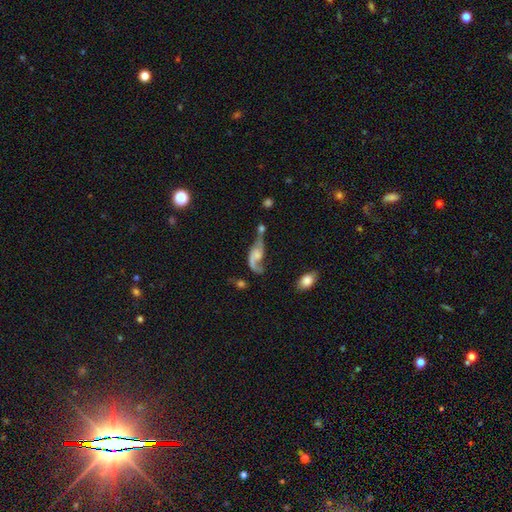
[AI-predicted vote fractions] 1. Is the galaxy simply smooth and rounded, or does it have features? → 75% featured or disk, 17% smooth, 8% star or artifact.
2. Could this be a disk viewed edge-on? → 94% no, 6% yes.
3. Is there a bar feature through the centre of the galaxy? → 63% no, 30% weak, 6% strong.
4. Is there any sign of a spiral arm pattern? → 88% yes, 12% no.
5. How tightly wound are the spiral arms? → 73% loose, 21% medium, 6% tight.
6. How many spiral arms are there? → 75% 2, 19% 1, 4% can't tell, 1% 3, 1% 4, 1% more than 4.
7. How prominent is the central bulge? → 37% small, 28% none, 26% moderate, 7% large, 2% dominant.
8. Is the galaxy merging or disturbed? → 30% merger, 27% major disturbance, 26% none, 17% minor disturbance.